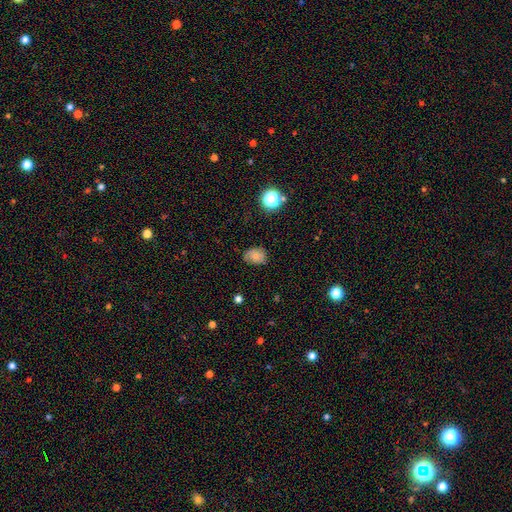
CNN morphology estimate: This appears to be a smooth galaxy with no disk features (69%) that is in between round and cigar-shaped (60%). Merging: none (67%).